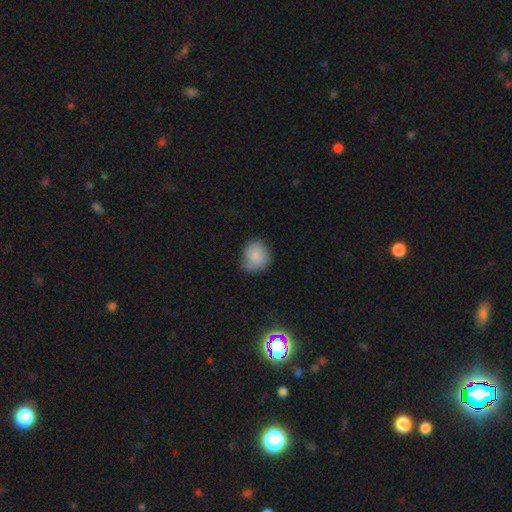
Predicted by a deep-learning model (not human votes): smooth-or-featured: smooth: 81% | featured or disk: 11% | star or artifact: 8%
  how-rounded: round: 80% | in between: 19% | cigar-shaped: 1%
  merging: none: 54% | minor disturbance: 34% | major disturbance: 9% | merger: 3%